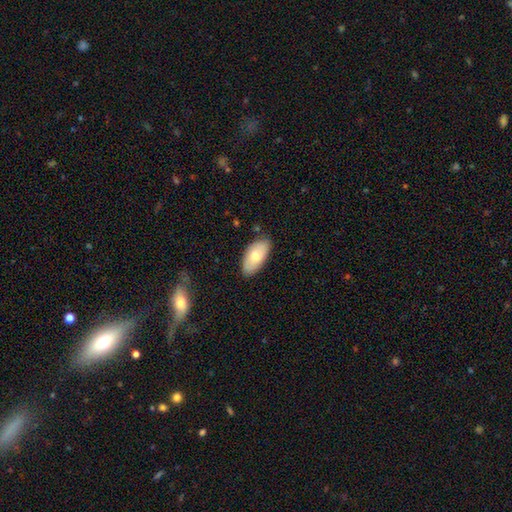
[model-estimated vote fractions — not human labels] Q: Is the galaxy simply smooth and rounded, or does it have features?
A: smooth — 70%.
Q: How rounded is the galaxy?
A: in between — 94%.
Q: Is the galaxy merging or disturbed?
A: none — 82%.